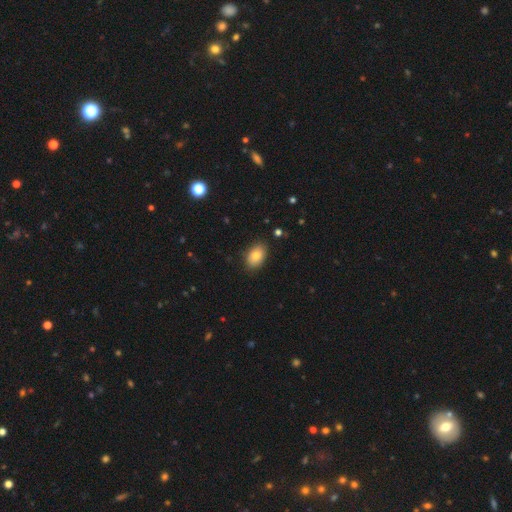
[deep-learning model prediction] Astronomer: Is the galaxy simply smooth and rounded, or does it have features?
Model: smooth — 82%.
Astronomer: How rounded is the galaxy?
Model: in between — 86%.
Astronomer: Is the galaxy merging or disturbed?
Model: none — 86%.